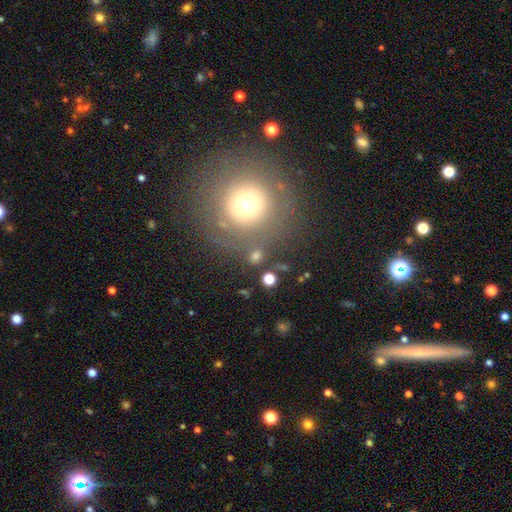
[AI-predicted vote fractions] Morphology: type=smooth (66%); roundness=round (79%); merging=none (72%).